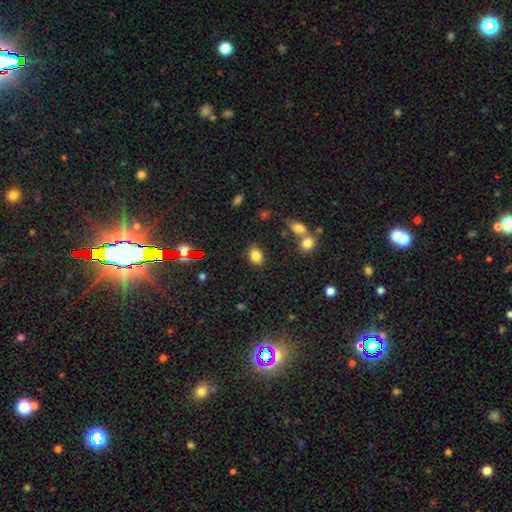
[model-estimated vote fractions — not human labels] A smooth galaxy with no disk features (80%) that is in between round and cigar-shaped (74%). Merging: none (83%).